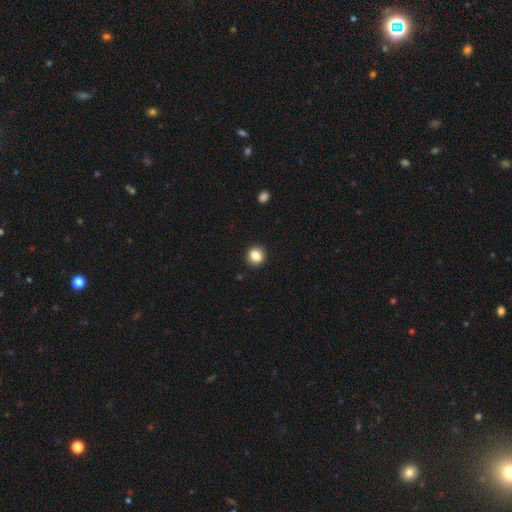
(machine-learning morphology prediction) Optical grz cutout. It shows a smooth galaxy with no disk features (84%) that is round (85%). Merging: none (91%).